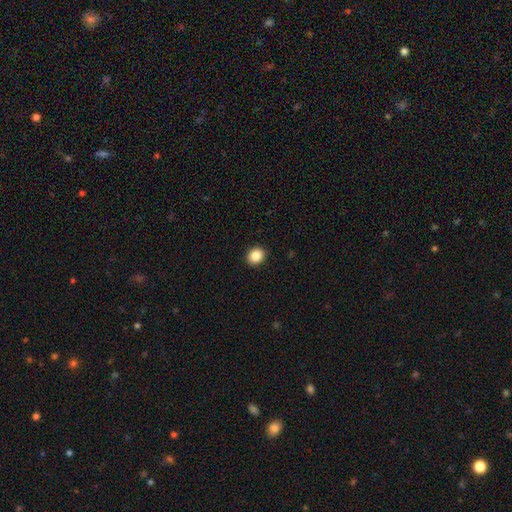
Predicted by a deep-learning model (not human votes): This appears to be a smooth galaxy with no disk features (87%) that is round (63%). Merging: none (92%).